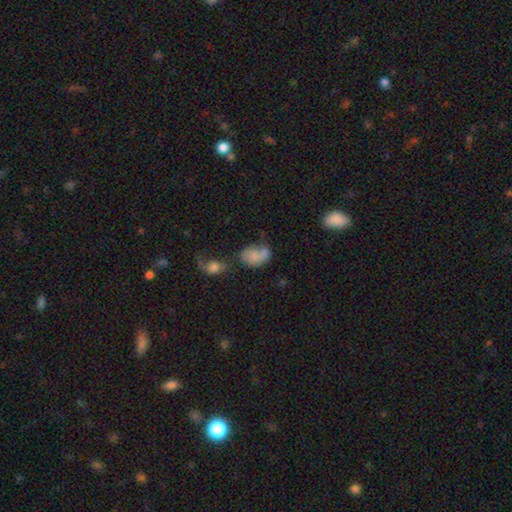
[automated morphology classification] This appears to be a smooth galaxy with no disk features (64%) that is in between round and cigar-shaped (82%). Merging: merger (38%).